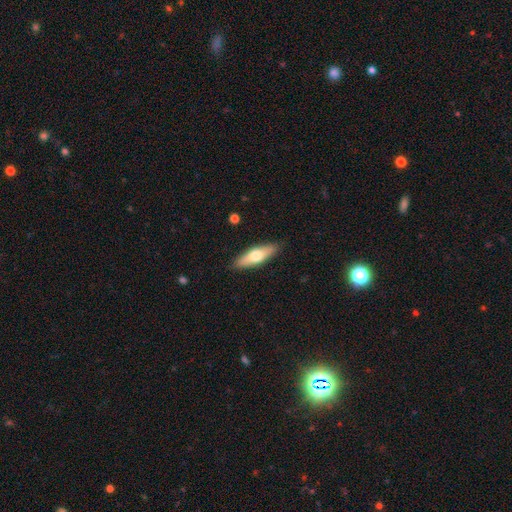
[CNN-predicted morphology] smooth 61%, featured or disk 34%, star or artifact 5%. Down the decision tree: how rounded — cigar-shaped (51%); merging — none (88%).